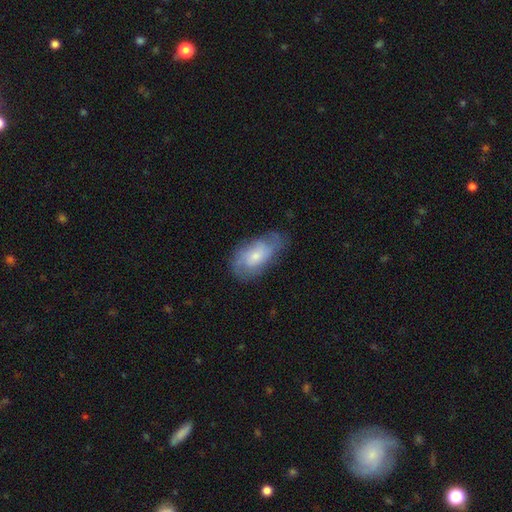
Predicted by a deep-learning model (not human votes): smooth_or_featured: smooth (p=0.52) [alt: featured or disk p=0.41]
how_rounded: in between (p=0.90) [alt: round p=0.06]
merging: none (p=0.55) [alt: minor disturbance p=0.31]